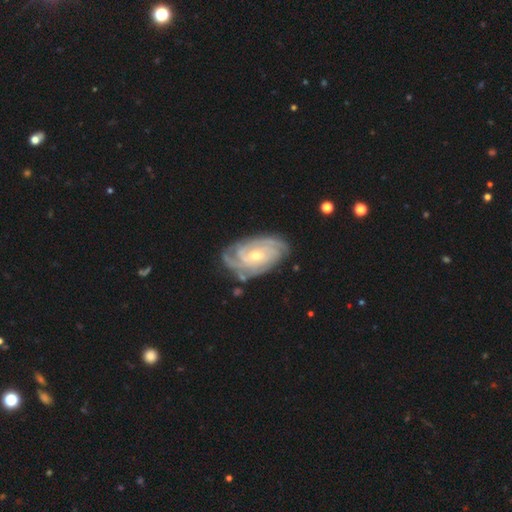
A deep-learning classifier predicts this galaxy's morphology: type=featured or disk (87%); edge-on=no (96%); bar=no (61%); spiral arms=yes (97%); winding=tight (76%); arm count=3 (25%); bulge=small (56%); merging=none (76%).